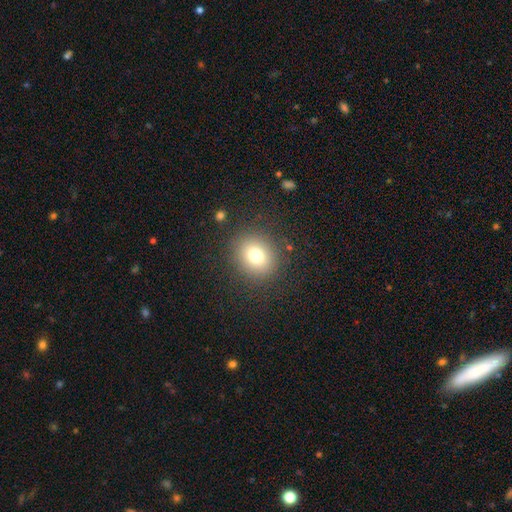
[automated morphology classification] Smooth or featured: smooth — 77% (star or artifact — 13%)
How rounded: round — 80% (in between — 19%)
Merging: none — 87% (minor disturbance — 8%)